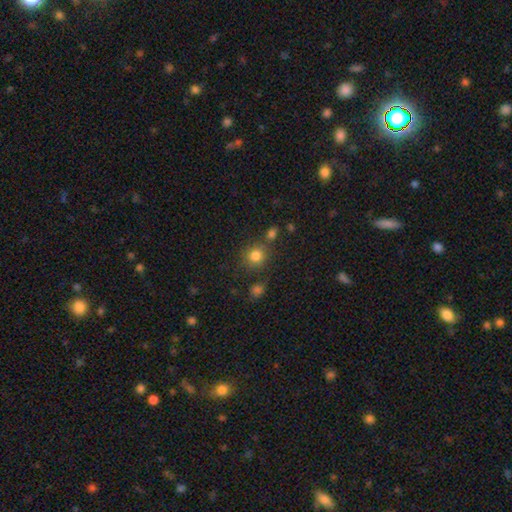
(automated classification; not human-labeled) This appears to be a smooth galaxy with no disk features (81%) that is round (87%). Merging: none (72%).